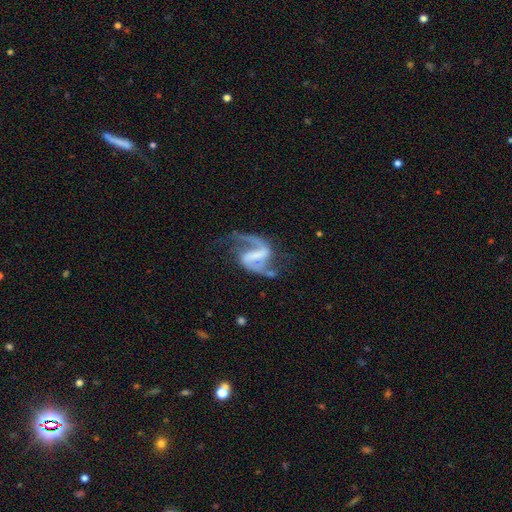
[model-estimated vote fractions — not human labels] Smooth or featured?
  - featured or disk: 90% *
  - star or artifact: 5%
  - smooth: 5%
Edge-on disk?
  - no: 98% *
  - yes: 2%
Bar?
  - strong: 61% *
  - weak: 29%
  - no: 10%
Spiral arms?
  - yes: 96% *
  - no: 4%
Spiral winding?
  - loose: 52% *
  - medium: 40%
  - tight: 8%
Spiral arm count?
  - 2: 92% *
  - 1: 3%
  - can't tell: 2%
  - 3: 1%
  - 4: 1%
  - more than 4: 1%
Bulge size?
  - none: 55% *
  - small: 21%
  - moderate: 14%
  - large: 7%
  - dominant: 2%
Merging?
  - none: 62% *
  - minor disturbance: 18%
  - major disturbance: 17%
  - merger: 4%